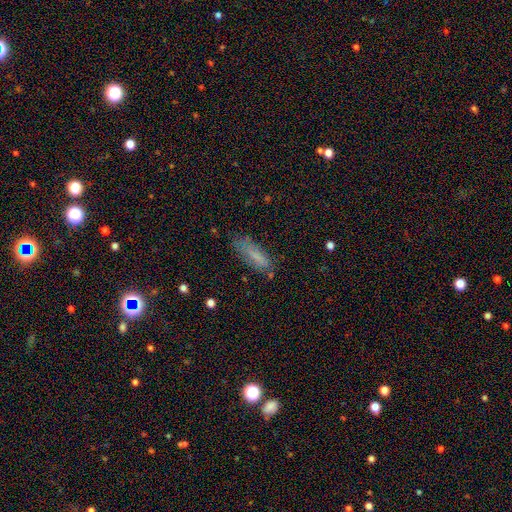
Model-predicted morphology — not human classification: Overall: smooth (71%). How rounded: cigar-shaped (55%; in between 43%). Merging: none (64%; minor disturbance 24%).